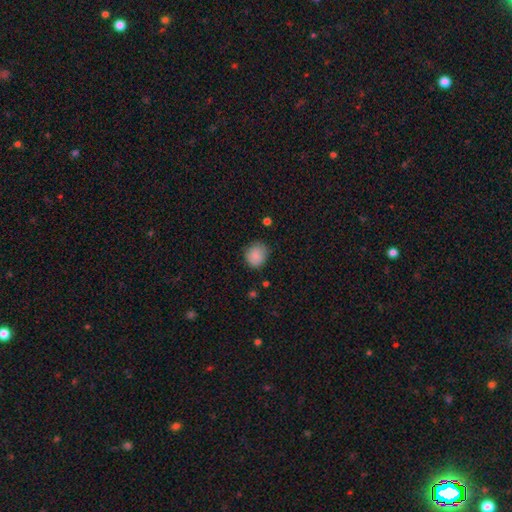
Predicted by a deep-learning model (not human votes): The model was most divided on "how rounded": round: 75%, in between: 24%, cigar-shaped: 1%. More confident: smooth or featured — smooth (86%); merging — none (75%).